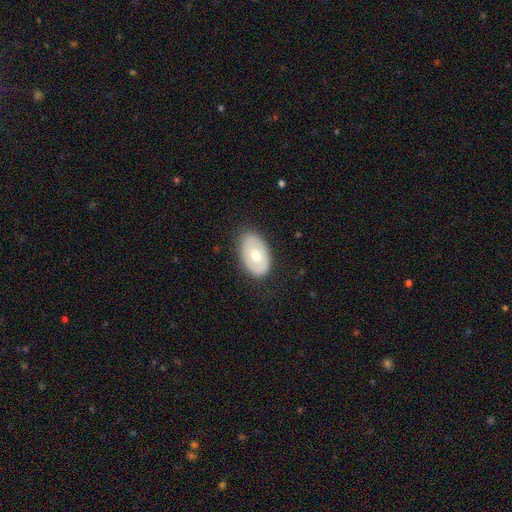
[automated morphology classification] This appears to be a smooth galaxy with no disk features (54%) that is in between round and cigar-shaped (91%). Merging: none (80%).